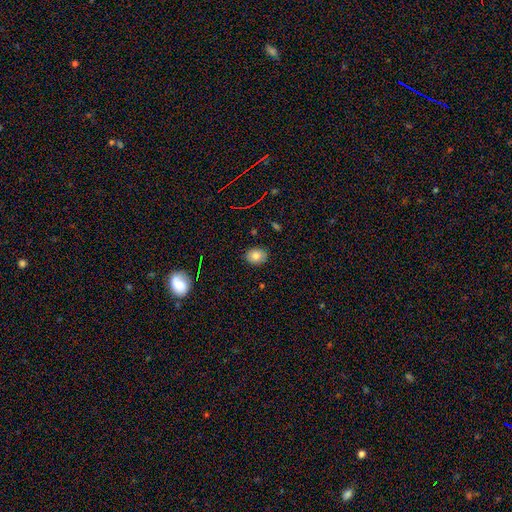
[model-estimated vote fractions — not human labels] smooth-or-featured: smooth: 78% | star or artifact: 11% | featured or disk: 10%
  how-rounded: in between: 54% | round: 45% | cigar-shaped: 1%
  merging: none: 86% | minor disturbance: 10% | major disturbance: 2% | merger: 1%